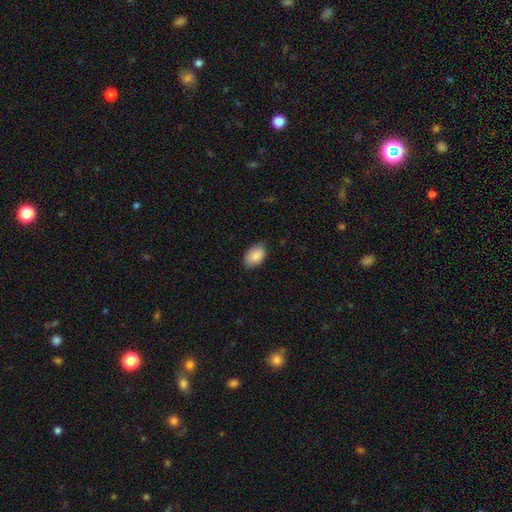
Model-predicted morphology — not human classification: Q: Smooth or featured?
A: smooth (88%); runner-up: star or artifact (6%)
Q: How rounded?
A: in between (92%); runner-up: round (7%)
Q: Merging?
A: none (79%); runner-up: minor disturbance (18%)